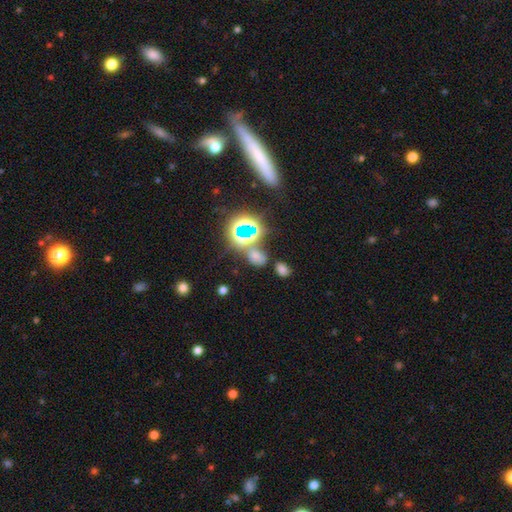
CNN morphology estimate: smooth_or_featured: star or artifact (p=0.48) [alt: smooth p=0.43]